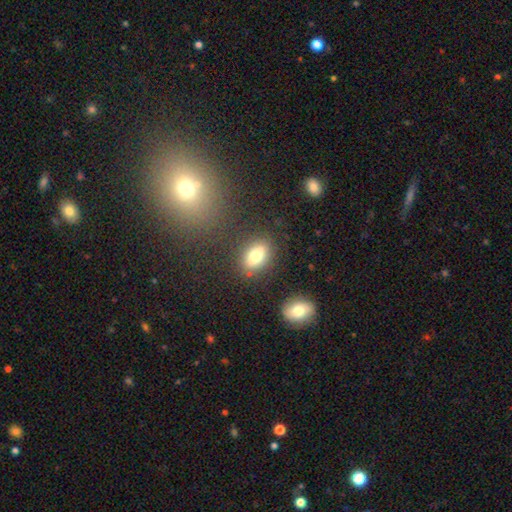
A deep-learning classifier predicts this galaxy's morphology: Smooth or featured: smooth — 76% (featured or disk — 14%)
How rounded: in between — 79% (round — 16%)
Merging: none — 82% (minor disturbance — 11%)